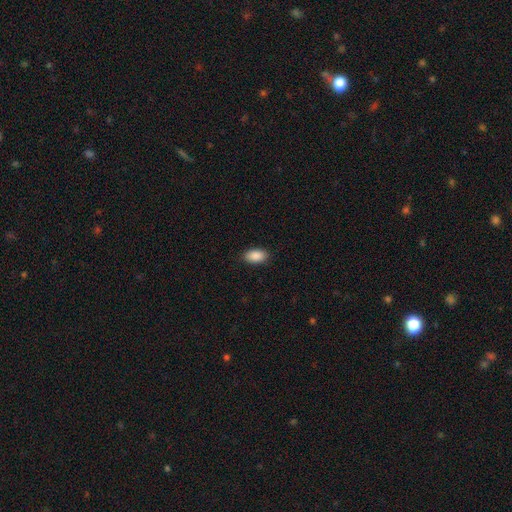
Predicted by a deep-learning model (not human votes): smooth 90%, star or artifact 7%, featured or disk 3%. Down the decision tree: how rounded — in between (94%); merging — none (89%).